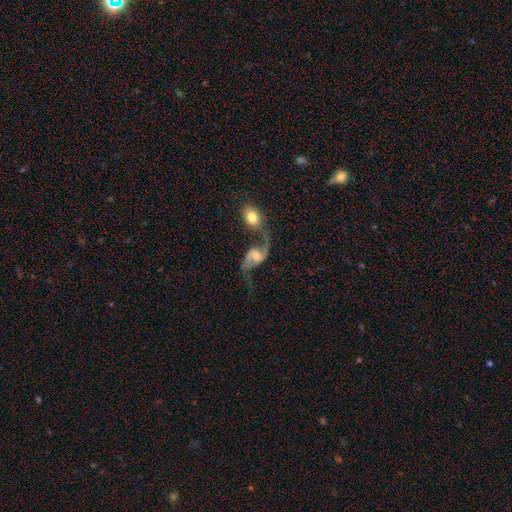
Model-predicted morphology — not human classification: A featured or disk galaxy (81%) with a weak bar (44%), 2 (90%) loose (80%) spiral arms (93%) and a moderate central bulge (47%).

Vote fractions:
- Smooth or featured? featured or disk: 81% / smooth: 13% / star or artifact: 7%
- Edge-on disk? no: 97% / yes: 3%
- Bar? weak: 44% / no: 43% / strong: 13%
- Spiral arms? yes: 93% / no: 7%
- Spiral winding? loose: 80% / medium: 16% / tight: 4%
- Spiral arm count? 2: 90% / 1: 5% / can't tell: 2% / 3: 1% / 4: 1% / more than 4: 1%
- Bulge size? moderate: 47% / small: 36% / large: 8% / none: 7% / dominant: 2%
- Merging? none: 35% / merger: 34% / major disturbance: 17% / minor disturbance: 14%